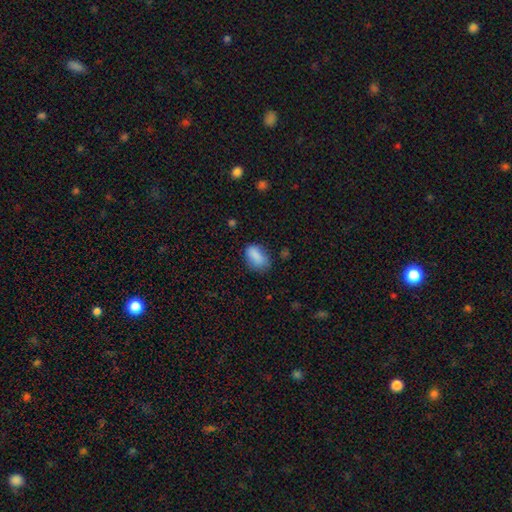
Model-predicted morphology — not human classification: smooth_or_featured: smooth (p=0.85) [alt: star or artifact p=0.09]
how_rounded: in between (p=0.89) [alt: round p=0.08]
merging: none (p=0.62) [alt: minor disturbance p=0.27]